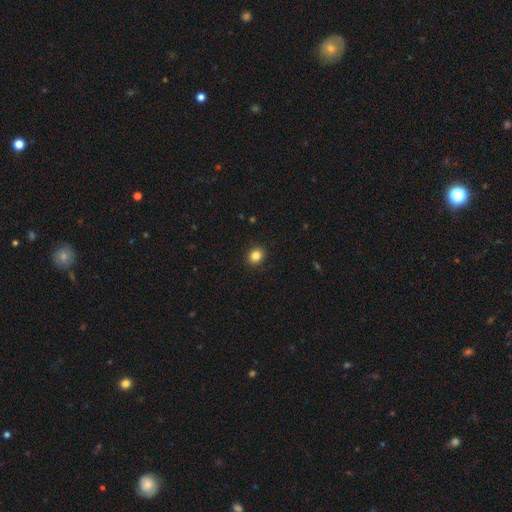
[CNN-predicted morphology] smooth-or-featured: smooth: 84% | star or artifact: 11% | featured or disk: 5%
  how-rounded: round: 69% | in between: 31% | cigar-shaped: 1%
  merging: none: 91% | minor disturbance: 6% | major disturbance: 2% | merger: 1%